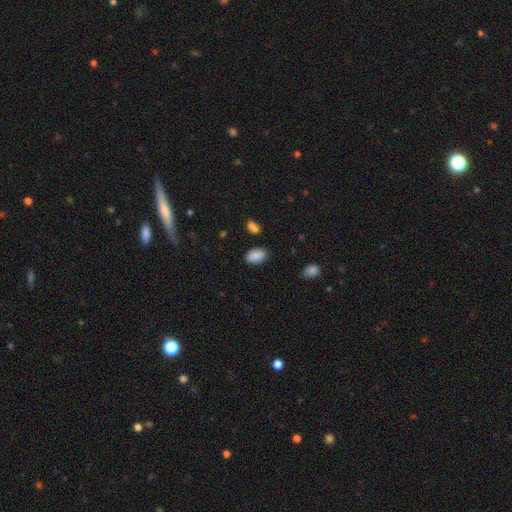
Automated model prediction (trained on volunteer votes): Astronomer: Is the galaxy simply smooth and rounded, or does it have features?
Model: smooth — 88%.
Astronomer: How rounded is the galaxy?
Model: in between — 91%.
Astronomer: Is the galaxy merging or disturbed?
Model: none — 82%.